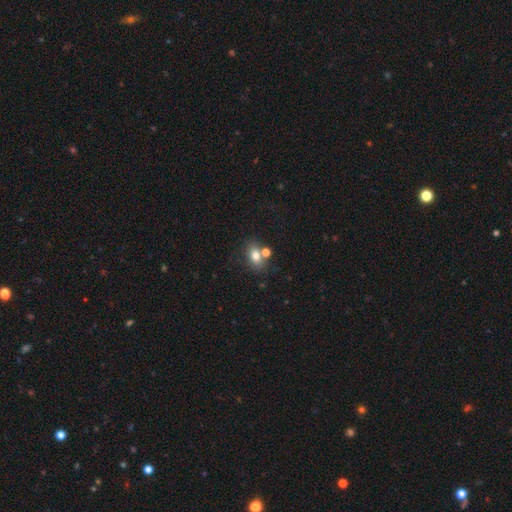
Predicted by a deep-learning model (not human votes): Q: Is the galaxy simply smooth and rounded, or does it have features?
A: smooth — 74%.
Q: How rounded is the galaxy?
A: in between — 74%.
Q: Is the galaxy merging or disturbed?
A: none — 58%.